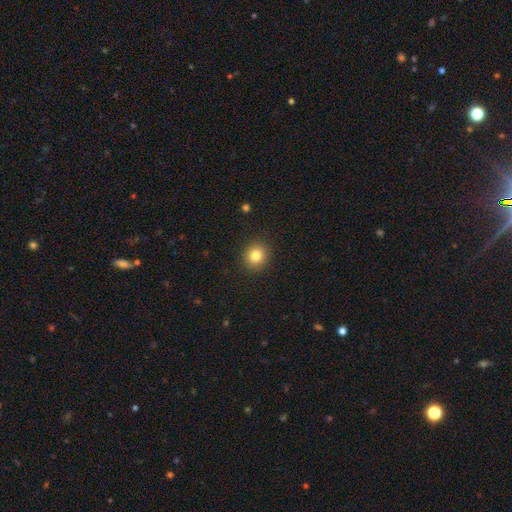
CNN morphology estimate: The model was most divided on "how rounded": round: 82%, in between: 17%, cigar-shaped: 1%. More confident: merging — none (91%); smooth or featured — smooth (82%).